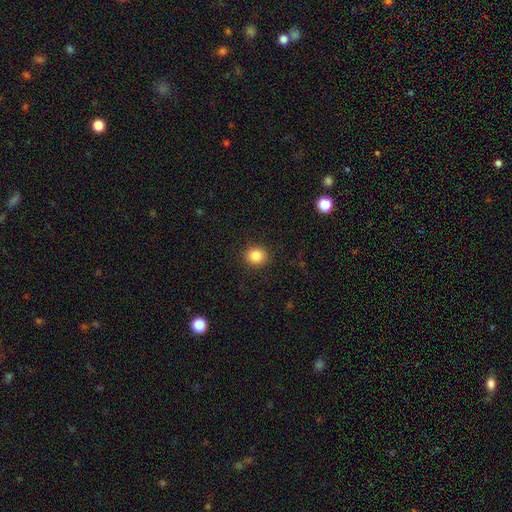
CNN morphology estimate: Smooth or featured? smooth (86%)
How rounded? round (76%)
Merging? none (90%)